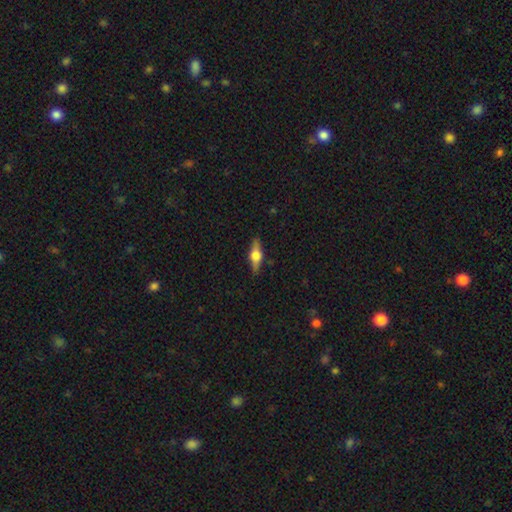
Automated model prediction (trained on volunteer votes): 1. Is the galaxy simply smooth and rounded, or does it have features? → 61% featured or disk, 31% smooth, 7% star or artifact.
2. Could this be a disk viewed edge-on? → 95% yes, 5% no.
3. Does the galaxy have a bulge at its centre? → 94% rounded, 5% boxy, 1% none.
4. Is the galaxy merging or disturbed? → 87% none, 10% minor disturbance, 2% major disturbance, 1% merger.